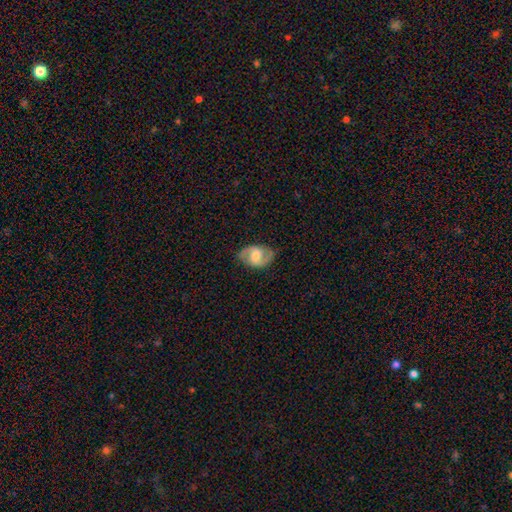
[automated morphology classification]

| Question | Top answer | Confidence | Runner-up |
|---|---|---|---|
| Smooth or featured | featured or disk | 75% | smooth (19%) |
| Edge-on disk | no | 97% | yes (3%) |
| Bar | weak | 50% | no (36%) |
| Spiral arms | yes | 92% | no (8%) |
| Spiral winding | medium | 54% | loose (25%) |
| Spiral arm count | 2 | 91% | can't tell (4%) |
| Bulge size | moderate | 44% | large (24%) |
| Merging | none | 81% | minor disturbance (13%) |